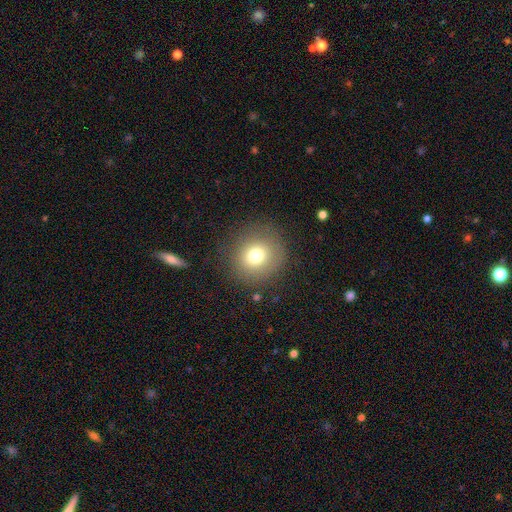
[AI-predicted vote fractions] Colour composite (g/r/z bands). It shows a smooth galaxy with no disk features (74%) that is round (89%). Merging: none (82%).